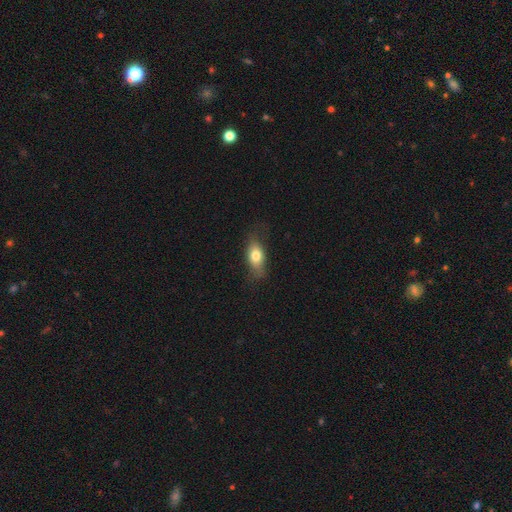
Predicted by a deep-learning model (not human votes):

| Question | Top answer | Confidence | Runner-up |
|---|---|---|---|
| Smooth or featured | smooth | 74% | featured or disk (18%) |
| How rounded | in between | 81% | cigar-shaped (11%) |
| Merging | none | 69% | minor disturbance (22%) |